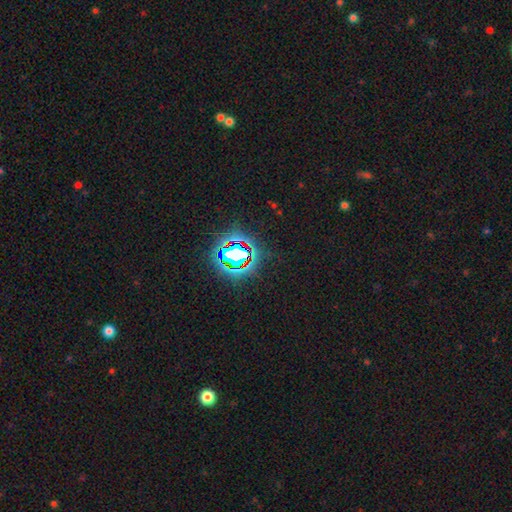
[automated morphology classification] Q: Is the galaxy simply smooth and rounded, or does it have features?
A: star or artifact — 82%.